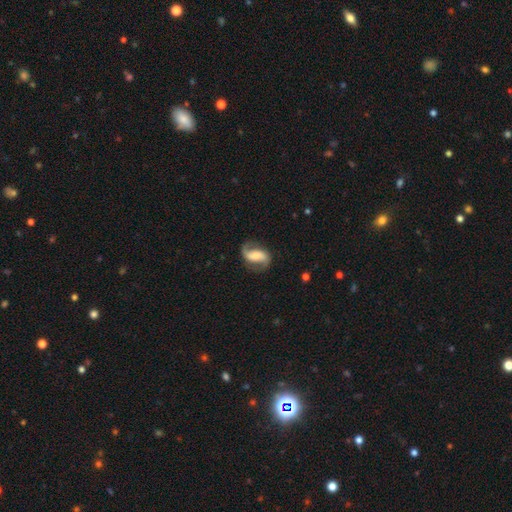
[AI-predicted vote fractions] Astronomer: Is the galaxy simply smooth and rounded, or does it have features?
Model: featured or disk — 80%.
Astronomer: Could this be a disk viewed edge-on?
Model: no — 97%.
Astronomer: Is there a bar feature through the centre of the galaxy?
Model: weak — 38% (runner-up: strong, 33%).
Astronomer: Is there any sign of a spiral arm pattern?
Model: yes — 95%.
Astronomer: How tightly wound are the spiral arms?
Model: loose — 53% (runner-up: medium, 36%).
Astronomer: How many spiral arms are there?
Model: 2 — 91%.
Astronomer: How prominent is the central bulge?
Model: moderate — 35% (runner-up: small, 28%).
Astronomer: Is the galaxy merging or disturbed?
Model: none — 76%.